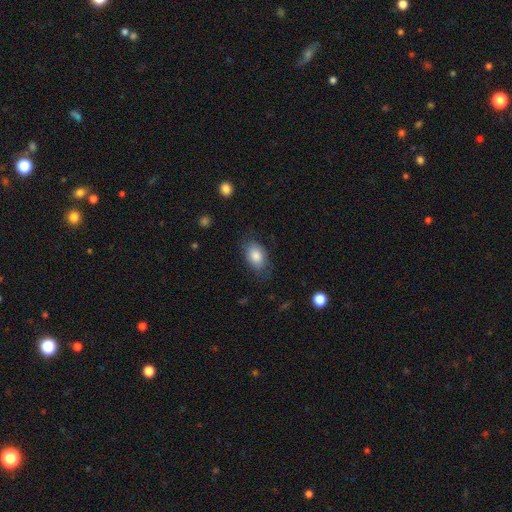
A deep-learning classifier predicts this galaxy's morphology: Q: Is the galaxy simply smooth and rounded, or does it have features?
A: smooth — 83%.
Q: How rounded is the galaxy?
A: in between — 88%.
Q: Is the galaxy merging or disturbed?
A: none — 70%.